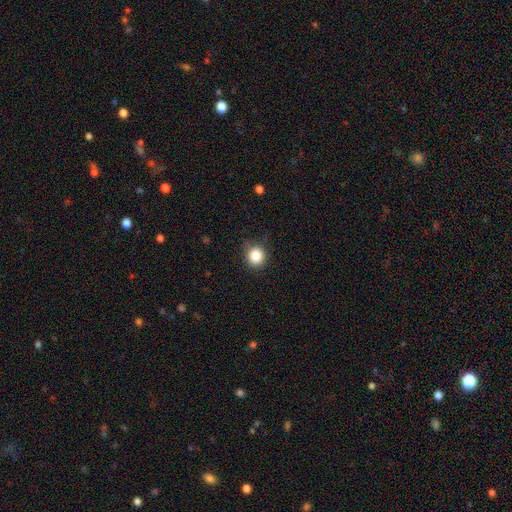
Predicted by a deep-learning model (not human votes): Smooth or featured?
  - smooth: 85% *
  - star or artifact: 11%
  - featured or disk: 5%
How rounded?
  - round: 88% *
  - in between: 11%
  - cigar-shaped: 1%
Merging?
  - none: 83% *
  - minor disturbance: 13%
  - major disturbance: 3%
  - merger: 1%